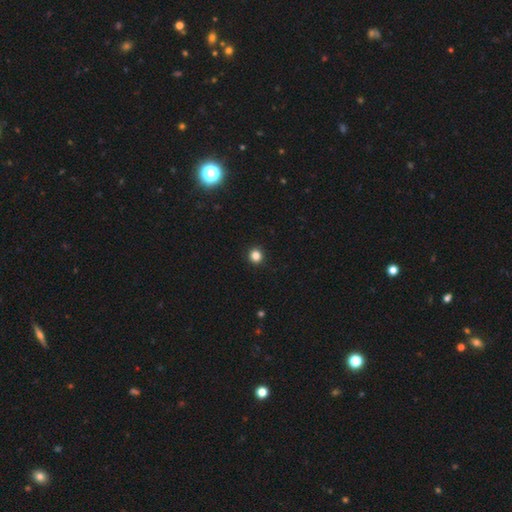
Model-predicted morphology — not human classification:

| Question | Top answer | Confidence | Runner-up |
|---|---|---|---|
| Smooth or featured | smooth | 84% | star or artifact (13%) |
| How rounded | round | 93% | in between (6%) |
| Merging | none | 93% | minor disturbance (4%) |